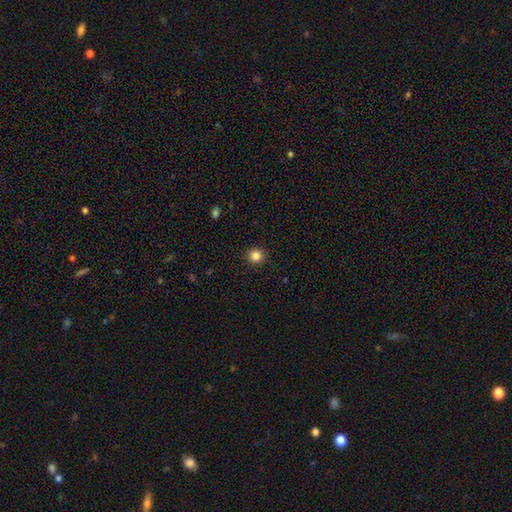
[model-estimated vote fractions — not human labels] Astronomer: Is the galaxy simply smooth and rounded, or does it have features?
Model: smooth — 85%.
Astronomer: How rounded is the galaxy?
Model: round — 94%.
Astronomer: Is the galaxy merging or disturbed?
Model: none — 93%.